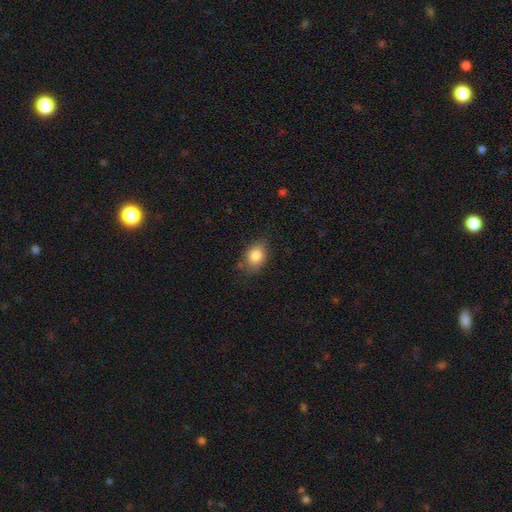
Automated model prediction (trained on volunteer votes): This appears to be a smooth galaxy with no disk features (83%) that is in between round and cigar-shaped (69%). Merging: none (73%).